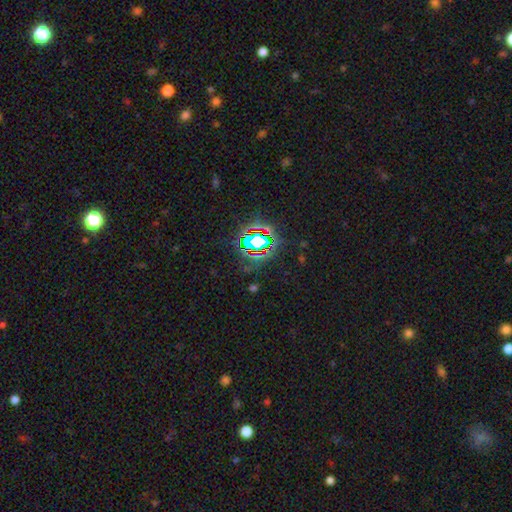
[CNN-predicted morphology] type=star or artifact (80%).